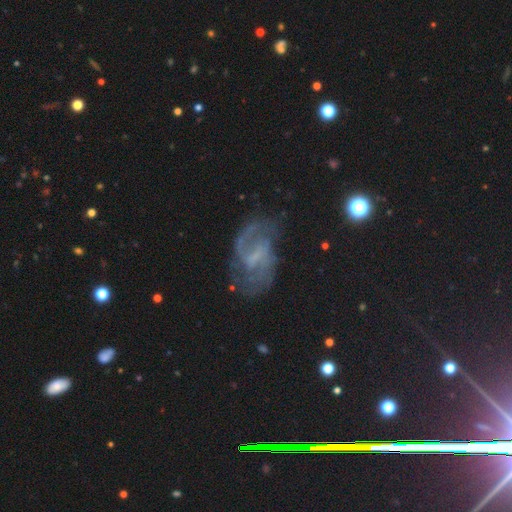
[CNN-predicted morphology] featured or disk 80%, smooth 11%, star or artifact 9%. Down the decision tree: edge-on disk — no (97%); bar — weak (54%); spiral arms — yes (90%); spiral arm count — 2 (73%); spiral winding — medium (48%); bulge size — none (47%); merging — none (64%).